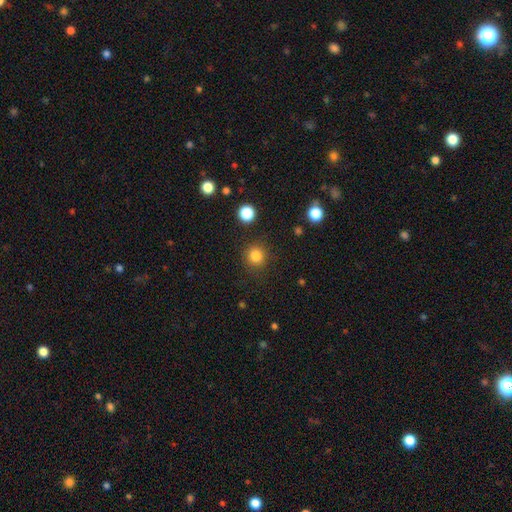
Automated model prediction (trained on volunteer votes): A smooth galaxy with no disk features (83%) that is round (93%).

Vote fractions:
- Smooth or featured? smooth: 83% / star or artifact: 12% / featured or disk: 4%
- How rounded? round: 93% / in between: 6% / cigar-shaped: 1%
- Merging? none: 89% / minor disturbance: 7% / major disturbance: 3% / merger: 2%